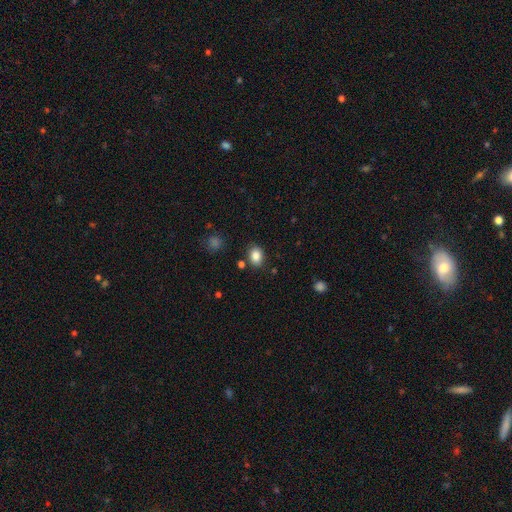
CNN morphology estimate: Smooth or featured? Predicted: smooth (p=0.86). How rounded? Predicted: in between (p=0.69). Merging? Predicted: none (p=0.82).